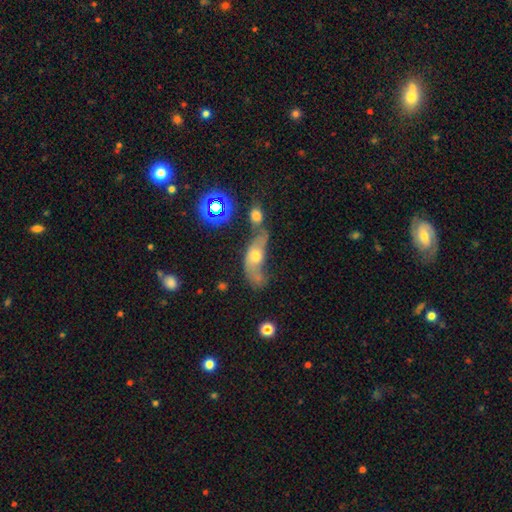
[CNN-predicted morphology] Q: Smooth or featured?
A: smooth (44%); runner-up: featured or disk (43%)
Q: Merging?
A: merger (40%); runner-up: major disturbance (24%)